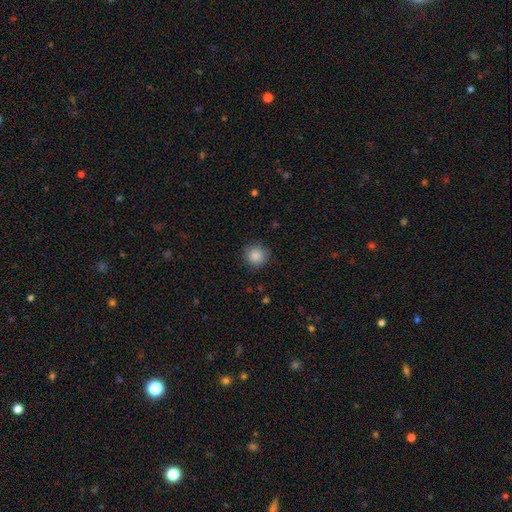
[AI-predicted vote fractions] smooth-or-featured: smooth: 87% | star or artifact: 9% | featured or disk: 4%
  how-rounded: round: 91% | in between: 8% | cigar-shaped: 1%
  merging: none: 86% | minor disturbance: 10% | major disturbance: 3% | merger: 1%